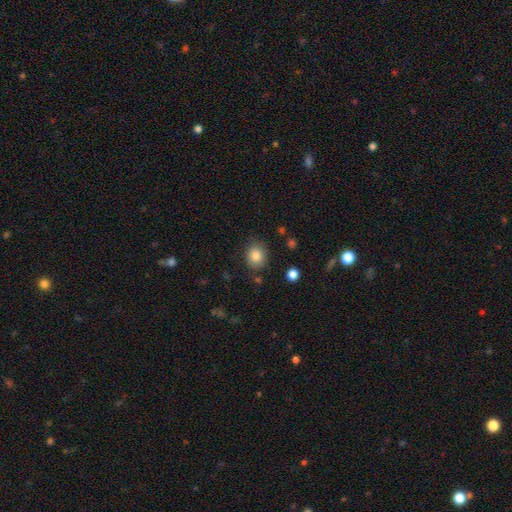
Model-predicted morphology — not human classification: type=smooth (85%); roundness=round (63%); merging=none (83%).